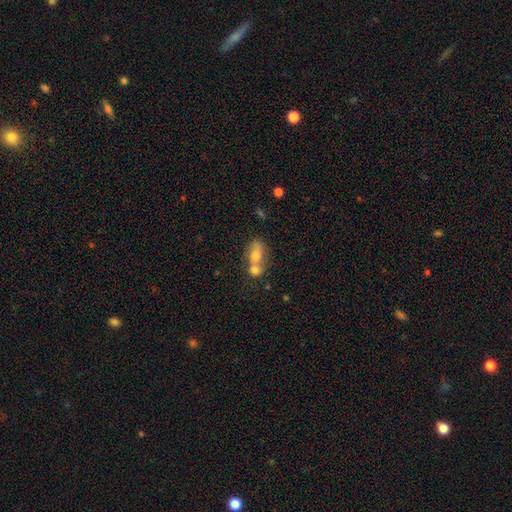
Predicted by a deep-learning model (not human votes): smooth_or_featured: smooth (p=0.65) [alt: featured or disk p=0.24]
how_rounded: in between (p=0.68) [alt: round p=0.25]
merging: merger (p=0.58) [alt: none p=0.28]